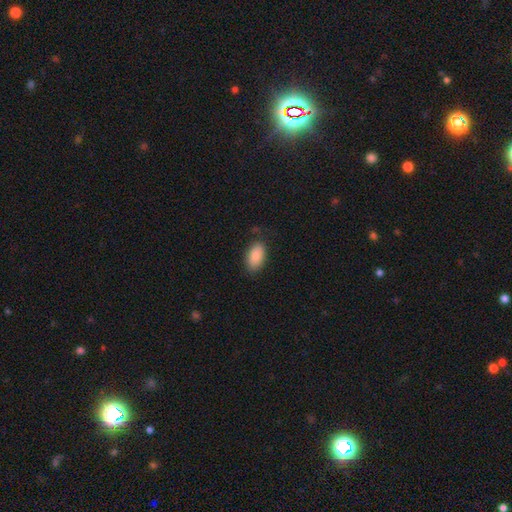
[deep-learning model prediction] A smooth galaxy with no disk features (88%) that is in between round and cigar-shaped (94%). Merging: none (80%).